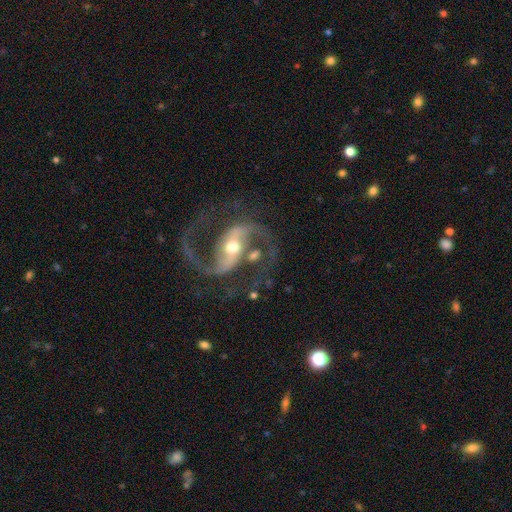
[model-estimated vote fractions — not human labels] Smooth or featured? featured or disk (93%)
Edge-on disk? no (98%)
Bar? strong (51%)
Spiral arms? yes (98%)
Spiral winding? medium (64%)
Spiral arm count? 2 (94%)
Bulge size? moderate (59%)
Merging? none (79%)